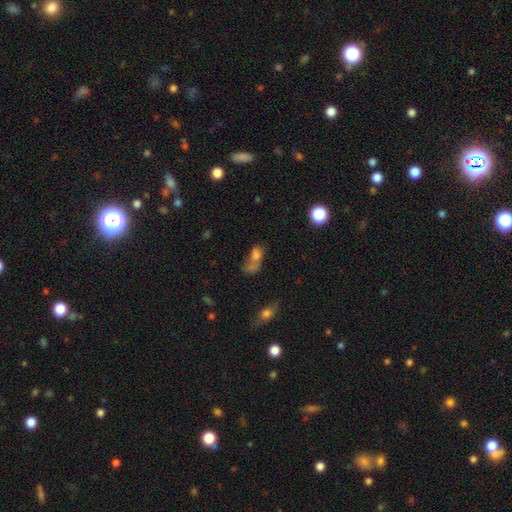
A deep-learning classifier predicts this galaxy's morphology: Q: Smooth or featured?
A: smooth (63%); runner-up: star or artifact (20%)
Q: How rounded?
A: in between (66%); runner-up: round (29%)
Q: Merging?
A: merger (46%); runner-up: none (26%)